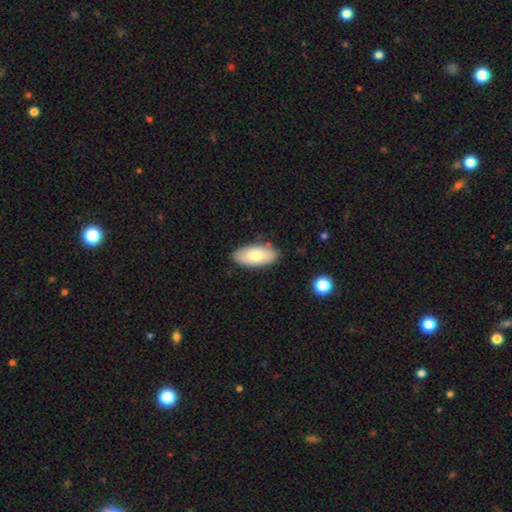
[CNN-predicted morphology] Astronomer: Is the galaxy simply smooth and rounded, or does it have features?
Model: smooth — 75%.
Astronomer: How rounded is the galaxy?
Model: in between — 92%.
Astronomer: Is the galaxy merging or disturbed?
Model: none — 85%.